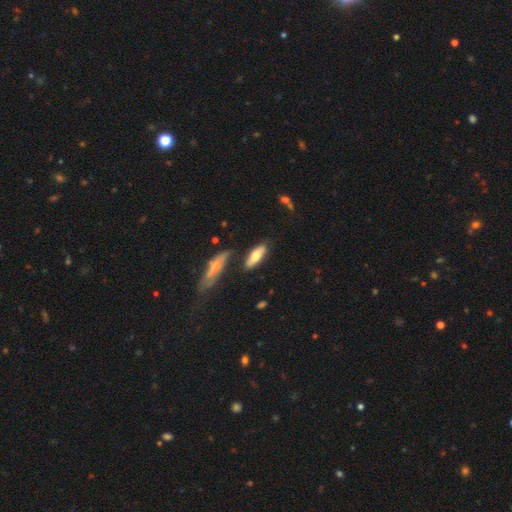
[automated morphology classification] Smooth or featured? Predicted: smooth (p=0.67). How rounded? Predicted: in between (p=0.62). Merging? Predicted: none (p=0.73).